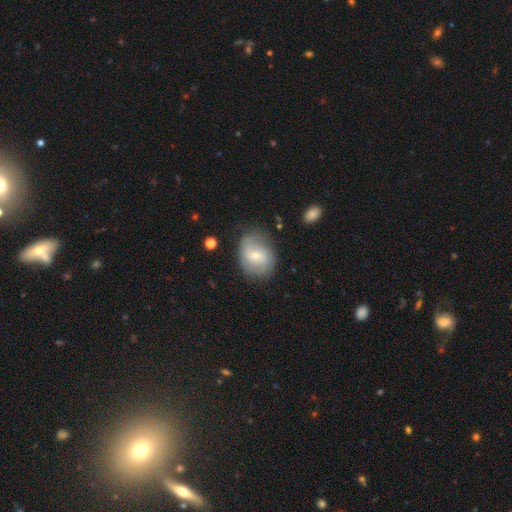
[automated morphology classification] Q: Smooth or featured?
A: smooth (53%); runner-up: featured or disk (39%)
Q: How rounded?
A: in between (54%); runner-up: round (45%)
Q: Merging?
A: none (66%); runner-up: minor disturbance (23%)